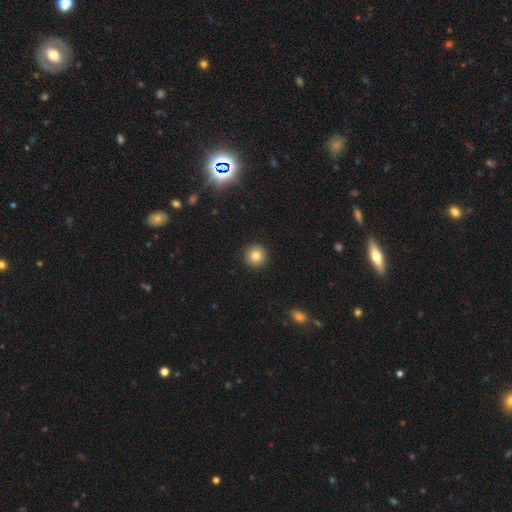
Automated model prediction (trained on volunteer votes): Overall: smooth (82%). How rounded: round (95%). Merging: none (92%).